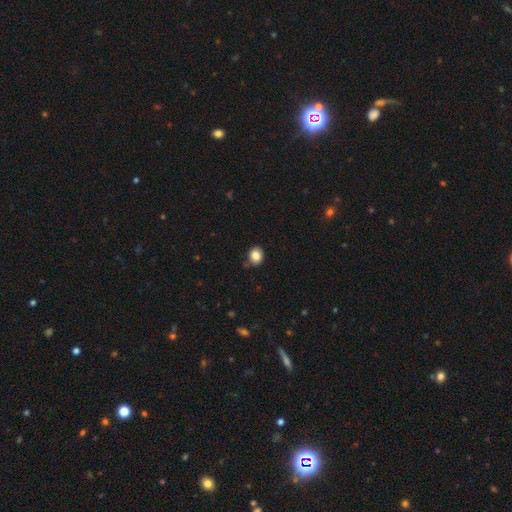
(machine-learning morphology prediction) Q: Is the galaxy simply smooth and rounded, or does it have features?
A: smooth — 85%.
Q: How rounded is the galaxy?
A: round — 68%.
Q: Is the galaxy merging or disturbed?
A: none — 83%.